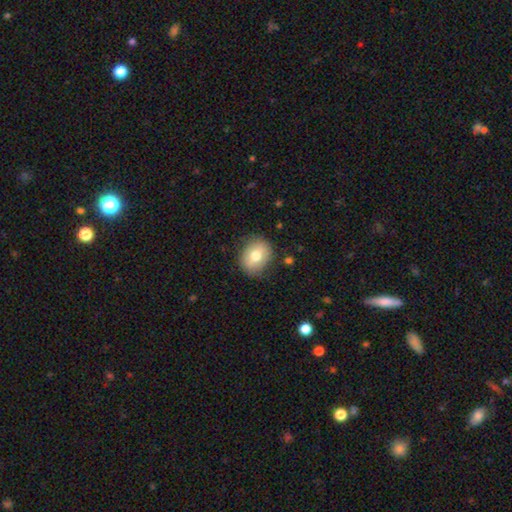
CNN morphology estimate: Smooth or featured? Predicted: smooth (p=0.74). How rounded? Predicted: round (p=0.57). Merging? Predicted: none (p=0.81).